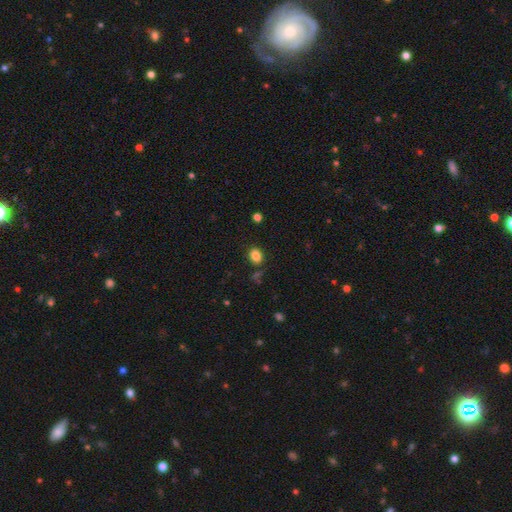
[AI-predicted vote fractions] smooth 84%, star or artifact 11%, featured or disk 4%. Down the decision tree: how rounded — in between (51%); merging — none (82%).